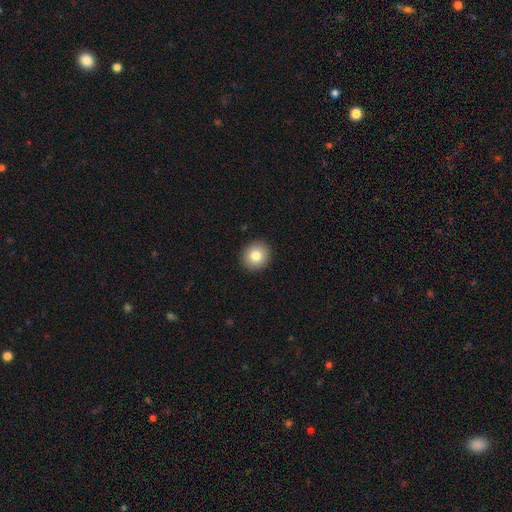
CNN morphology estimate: smooth_or_featured: smooth (p=0.82) [alt: star or artifact p=0.09]
how_rounded: round (p=0.87) [alt: in between p=0.12]
merging: none (p=0.92) [alt: minor disturbance p=0.05]